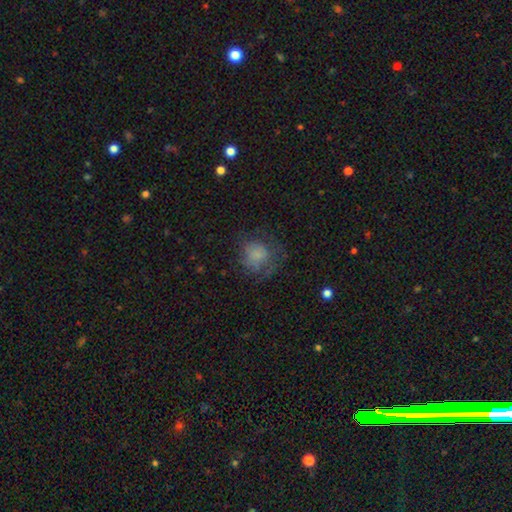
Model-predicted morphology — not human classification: smooth-or-featured: smooth: 65% | featured or disk: 22% | star or artifact: 12%
  how-rounded: round: 79% | in between: 20% | cigar-shaped: 1%
  merging: none: 54% | major disturbance: 23% | minor disturbance: 22% | merger: 1%